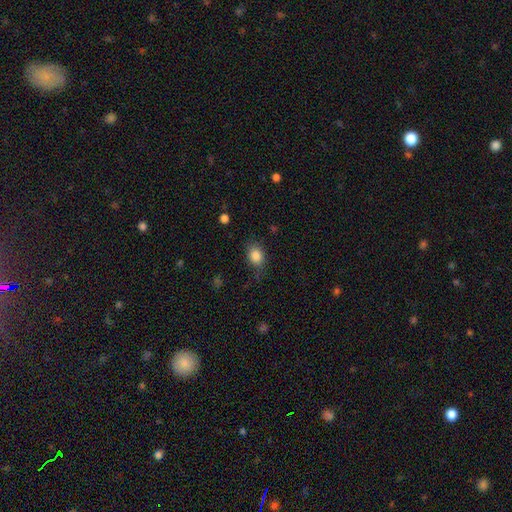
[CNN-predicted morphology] Smooth or featured? smooth (85%)
How rounded? in between (63%)
Merging? none (73%)